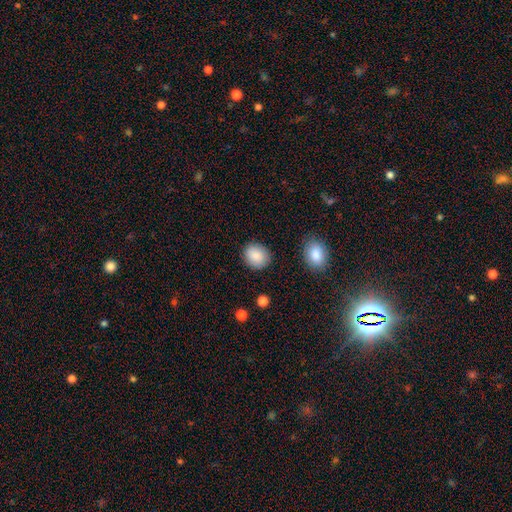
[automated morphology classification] Smooth or featured?
  - smooth: 88% *
  - star or artifact: 7%
  - featured or disk: 5%
How rounded?
  - round: 63% *
  - in between: 36%
  - cigar-shaped: 1%
Merging?
  - none: 87% *
  - minor disturbance: 9%
  - major disturbance: 2%
  - merger: 2%